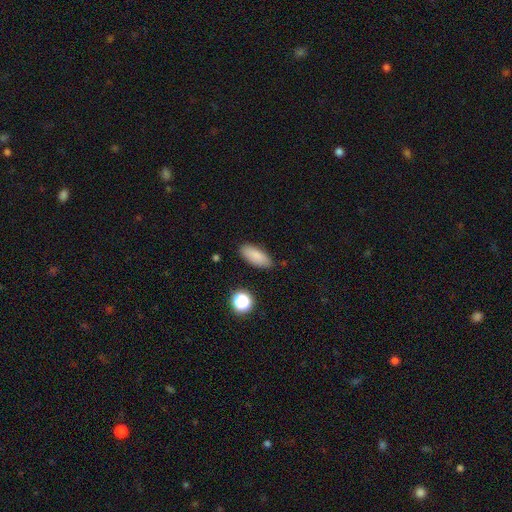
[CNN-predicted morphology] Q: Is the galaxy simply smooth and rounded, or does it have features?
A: smooth — 85%.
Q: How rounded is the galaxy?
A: in between — 78%.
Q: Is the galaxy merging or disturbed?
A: none — 85%.